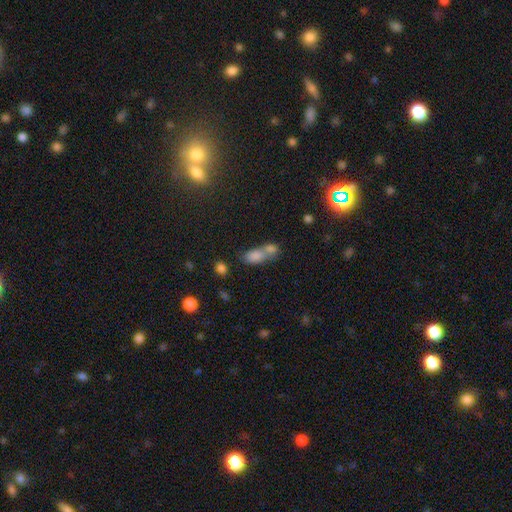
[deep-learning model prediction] Q: Smooth or featured?
A: smooth (77%); runner-up: featured or disk (11%)
Q: How rounded?
A: in between (80%); runner-up: round (12%)
Q: Merging?
A: merger (65%); runner-up: none (22%)